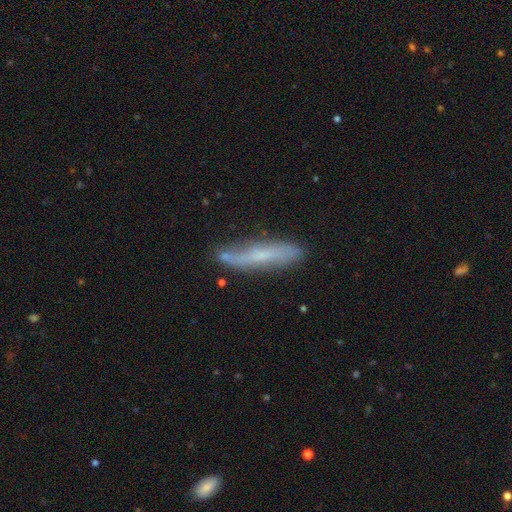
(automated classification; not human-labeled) featured or disk 48%, smooth 43%, star or artifact 9%. Down the decision tree: merging — none (72%).